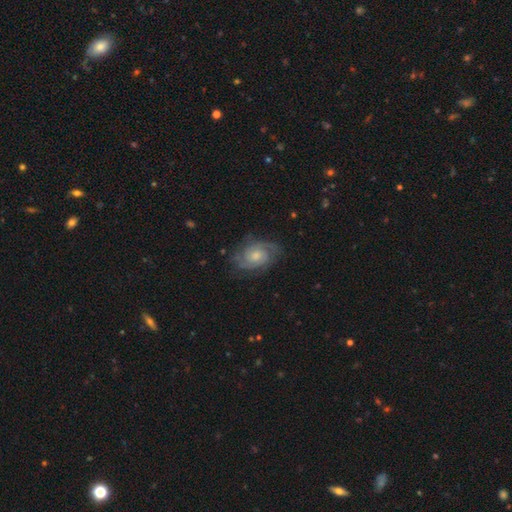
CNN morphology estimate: featured or disk 85%, smooth 10%, star or artifact 5%. Down the decision tree: edge-on disk — no (97%); bar — no (68%); spiral arms — yes (97%); spiral arm count — 2 (65%); spiral winding — tight (57%); bulge size — moderate (49%); merging — none (78%).